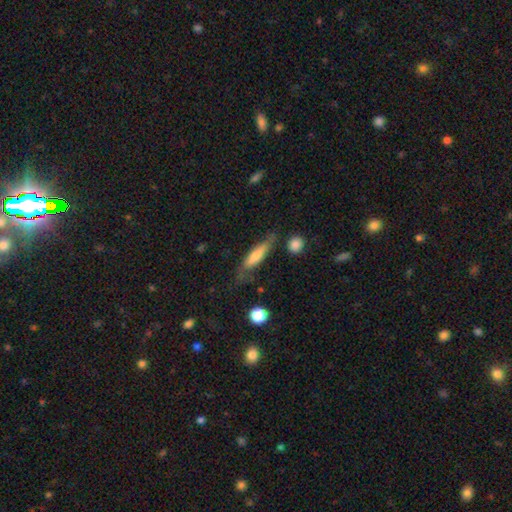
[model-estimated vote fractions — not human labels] Smooth or featured?
  - smooth: 52% *
  - featured or disk: 40%
  - star or artifact: 8%
How rounded?
  - cigar-shaped: 71% *
  - in between: 26%
  - round: 3%
Merging?
  - none: 62% *
  - minor disturbance: 24%
  - major disturbance: 11%
  - merger: 4%